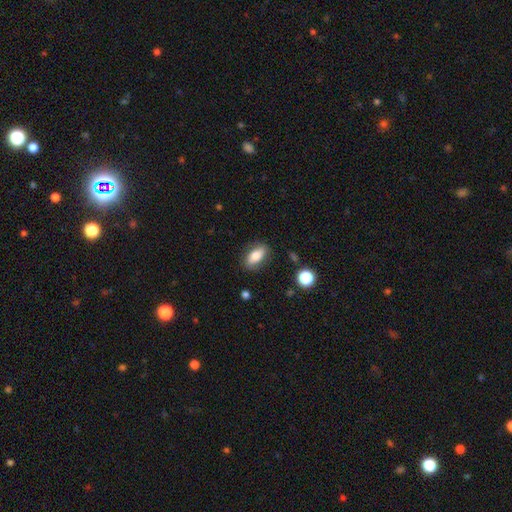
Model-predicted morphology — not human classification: A smooth galaxy with no disk features (71%) that is in between round and cigar-shaped (84%). Merging: none (82%).